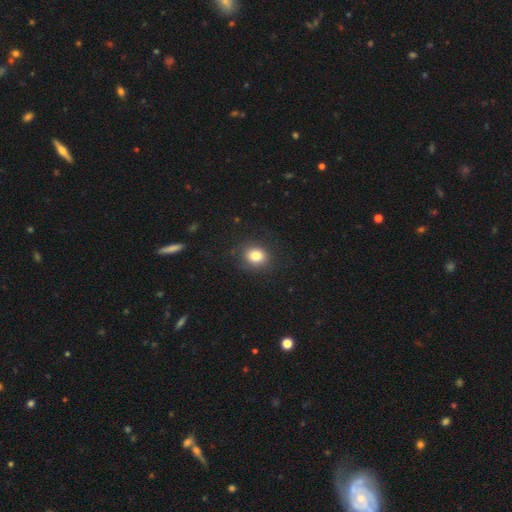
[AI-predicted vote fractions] smooth 82%, star or artifact 11%, featured or disk 7%. Down the decision tree: how rounded — round (73%); merging — none (85%).